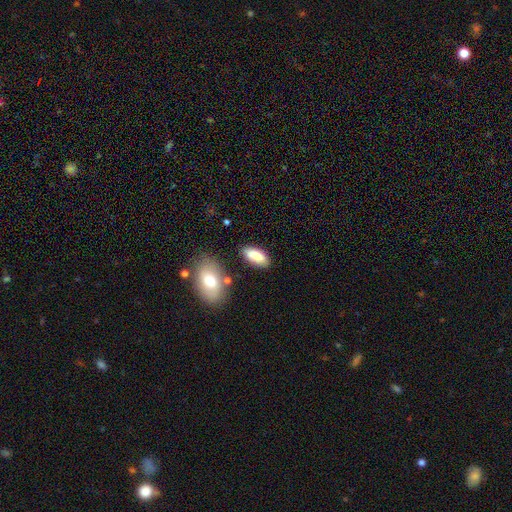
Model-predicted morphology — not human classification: This appears to be a smooth galaxy with no disk features (82%) that is in between round and cigar-shaped (84%). Merging: none (75%).